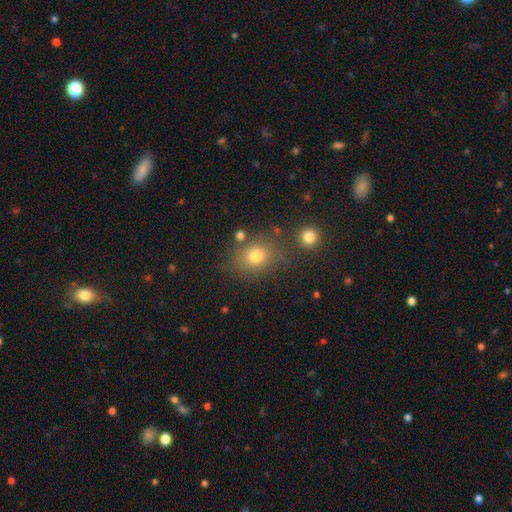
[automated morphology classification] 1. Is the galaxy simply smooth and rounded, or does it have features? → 74% smooth, 15% star or artifact, 11% featured or disk.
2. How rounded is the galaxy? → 50% round, 49% in between, 1% cigar-shaped.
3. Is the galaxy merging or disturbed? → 73% none, 13% minor disturbance, 8% merger, 5% major disturbance.